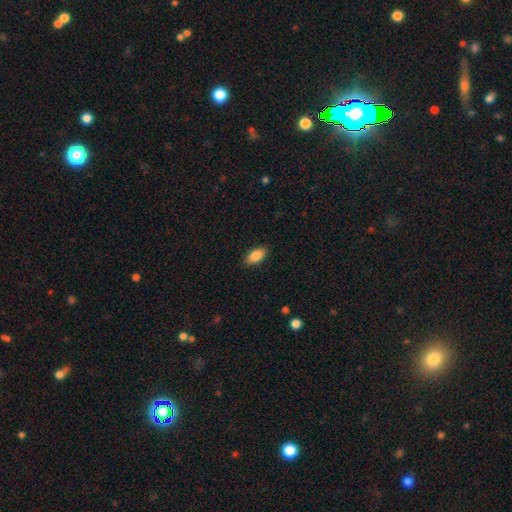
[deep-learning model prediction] Q: Smooth or featured?
A: smooth (86%); runner-up: featured or disk (7%)
Q: How rounded?
A: in between (91%); runner-up: cigar-shaped (6%)
Q: Merging?
A: none (88%); runner-up: minor disturbance (9%)